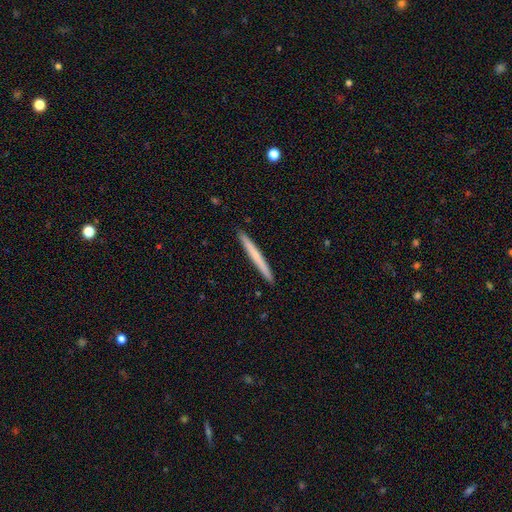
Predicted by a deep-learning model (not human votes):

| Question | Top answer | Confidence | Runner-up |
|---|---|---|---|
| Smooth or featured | smooth | 60% | featured or disk (35%) |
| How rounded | cigar-shaped | 97% | in between (1%) |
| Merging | none | 93% | minor disturbance (5%) |